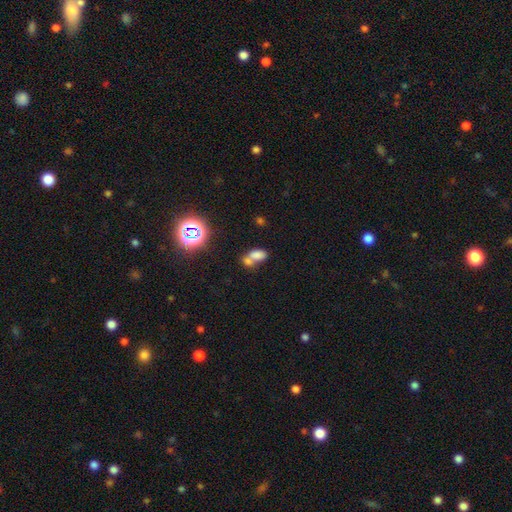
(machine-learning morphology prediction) smooth-or-featured: smooth: 71% | star or artifact: 16% | featured or disk: 12%
  how-rounded: in between: 85% | round: 12% | cigar-shaped: 3%
  merging: merger: 61% | none: 25% | minor disturbance: 9% | major disturbance: 5%